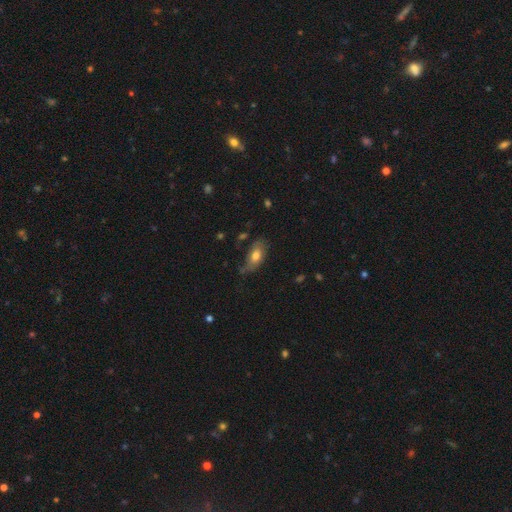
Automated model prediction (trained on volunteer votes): A smooth galaxy with no disk features (71%) that is in between round and cigar-shaped (86%). Merging: none (56%).